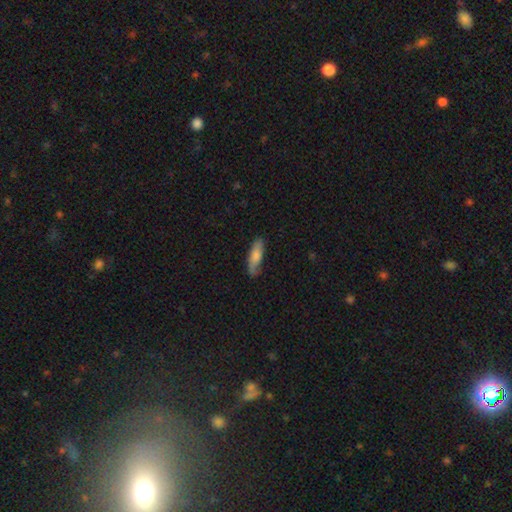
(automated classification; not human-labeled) Morphology: type=smooth (76%); roundness=cigar-shaped (52%); merging=none (73%).